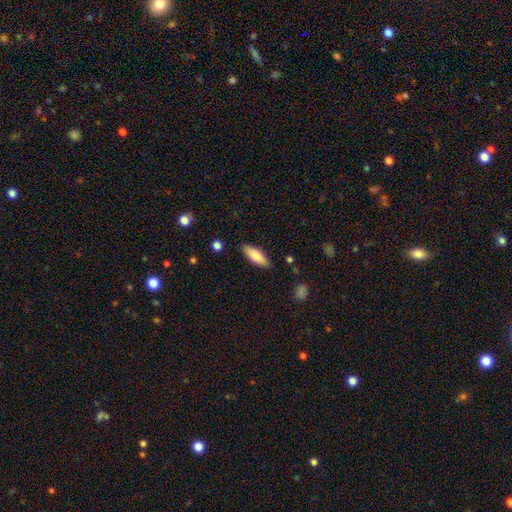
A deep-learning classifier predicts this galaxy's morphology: This appears to be a smooth galaxy with no disk features (80%) that is in between round and cigar-shaped (57%). Merging: none (86%).